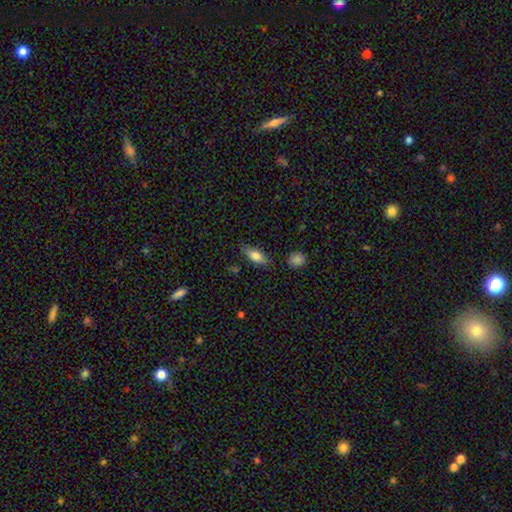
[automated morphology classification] A smooth galaxy with no disk features (76%) that is in between round and cigar-shaped (75%). Merging: none (81%).